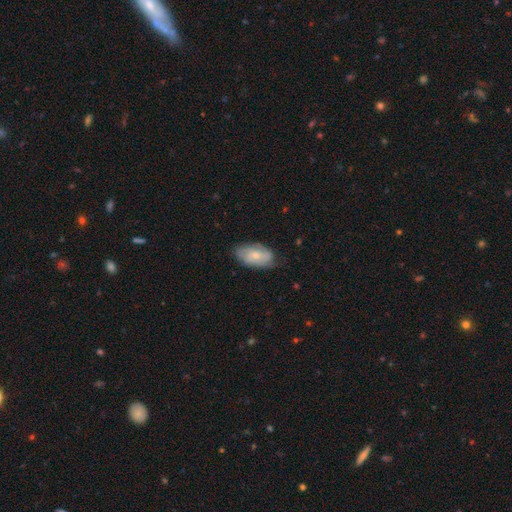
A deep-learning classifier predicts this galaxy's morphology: smooth_or_featured: smooth (p=0.48) [alt: featured or disk p=0.46]
merging: none (p=0.68) [alt: minor disturbance p=0.25]